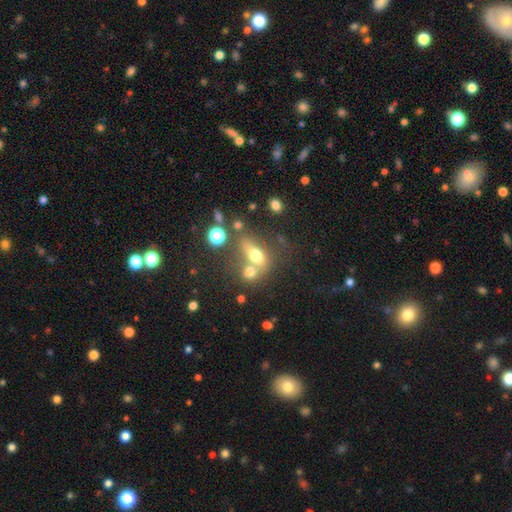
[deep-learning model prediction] This is likely a smooth galaxy (61%). How rounded: likely in between (61%). Merging: marginally none (41%).